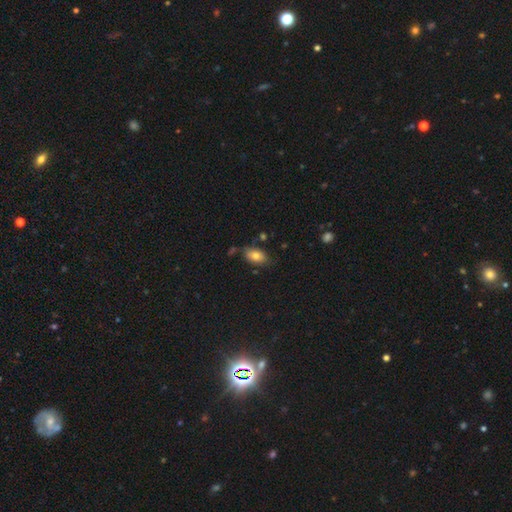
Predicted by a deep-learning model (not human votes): smooth_or_featured: smooth (p=0.80) [alt: featured or disk p=0.12]
how_rounded: in between (p=0.90) [alt: round p=0.07]
merging: none (p=0.72) [alt: minor disturbance p=0.18]